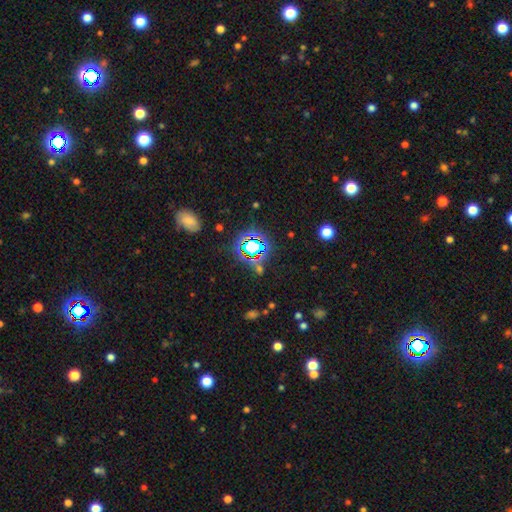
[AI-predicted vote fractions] smooth-or-featured: star or artifact: 71% | smooth: 19% | featured or disk: 10%